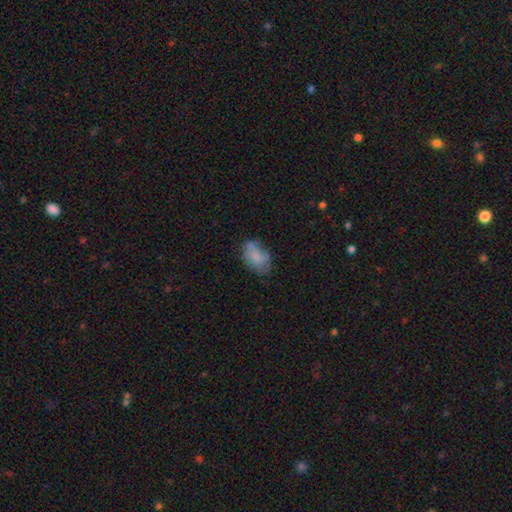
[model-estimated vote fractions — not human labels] Q: Smooth or featured?
A: smooth (71%); runner-up: featured or disk (20%)
Q: How rounded?
A: in between (86%); runner-up: round (13%)
Q: Merging?
A: none (48%); runner-up: minor disturbance (31%)